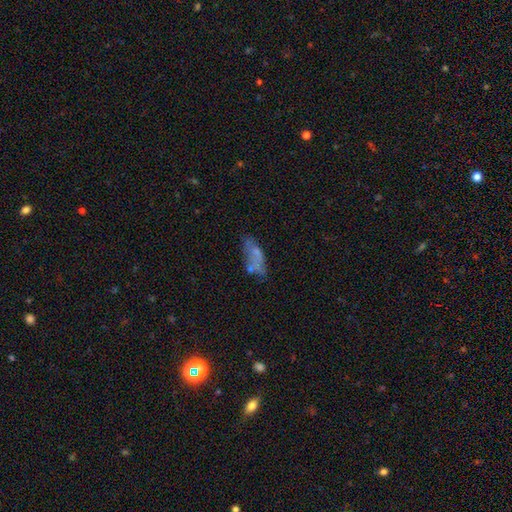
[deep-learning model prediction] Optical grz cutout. It shows a smooth galaxy with no disk features (50%) that is in between round and cigar-shaped (71%). Merging: none (42%).